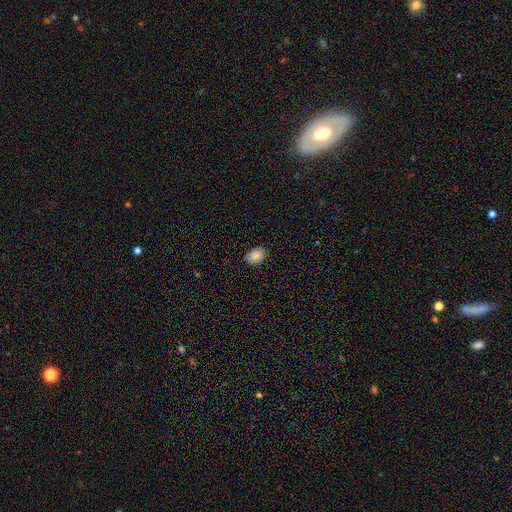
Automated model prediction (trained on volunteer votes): Smooth or featured? Predicted: smooth (p=0.87). How rounded? Predicted: in between (p=0.79). Merging? Predicted: none (p=0.85).